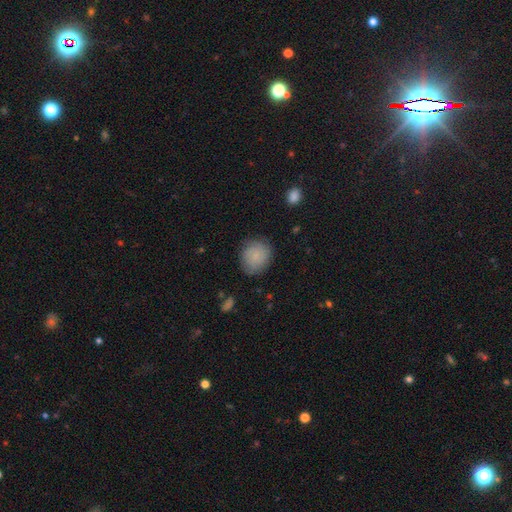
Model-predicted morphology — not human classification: Smooth or featured? Predicted: smooth (p=0.73). How rounded? Predicted: round (p=0.78). Merging? Predicted: none (p=0.78).